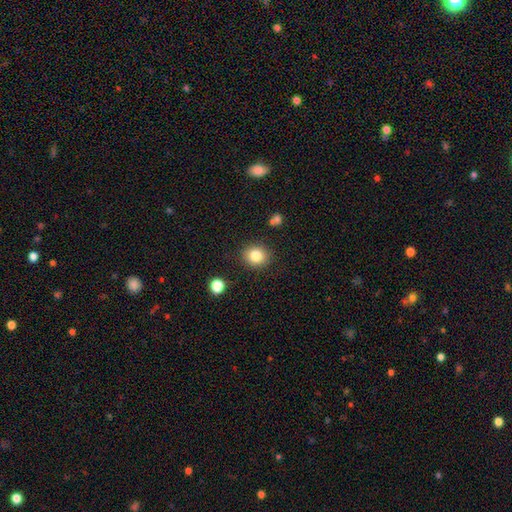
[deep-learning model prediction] Smooth or featured? smooth (83%)
How rounded? round (78%)
Merging? none (87%)